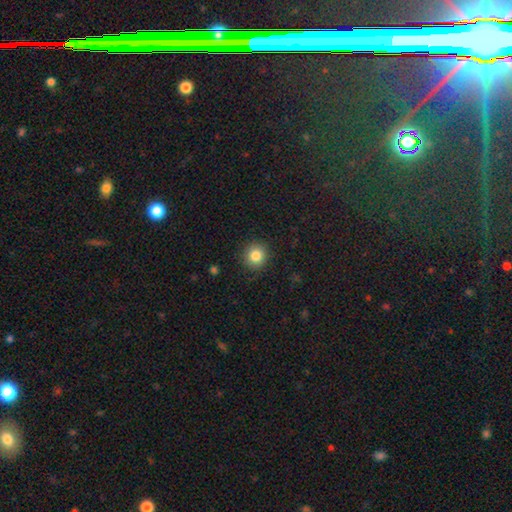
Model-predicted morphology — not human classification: A smooth galaxy with no disk features (84%) that is round (91%).

Vote fractions:
- Smooth or featured? smooth: 84% / star or artifact: 10% / featured or disk: 6%
- How rounded? round: 91% / in between: 8% / cigar-shaped: 1%
- Merging? none: 90% / minor disturbance: 7% / major disturbance: 2% / merger: 1%